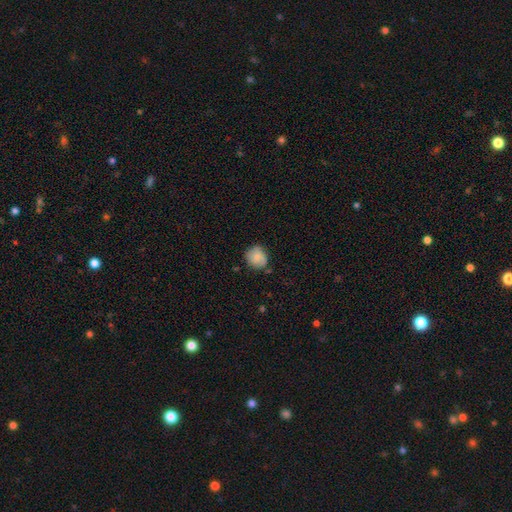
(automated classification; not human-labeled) Smooth or featured? Predicted: smooth (p=0.71). How rounded? Predicted: round (p=0.80). Merging? Predicted: none (p=0.68).